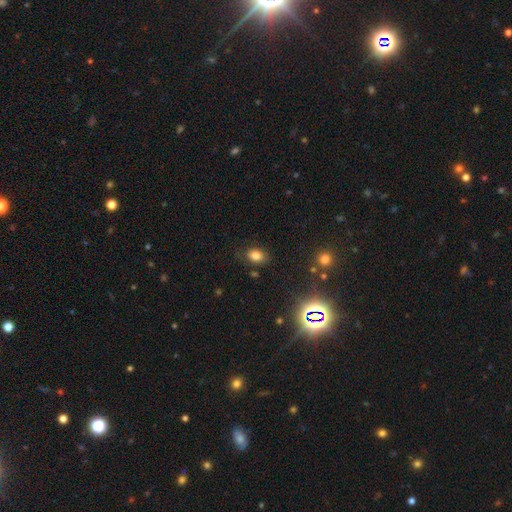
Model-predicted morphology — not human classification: Smooth or featured? smooth (79%)
How rounded? in between (77%)
Merging? none (77%)